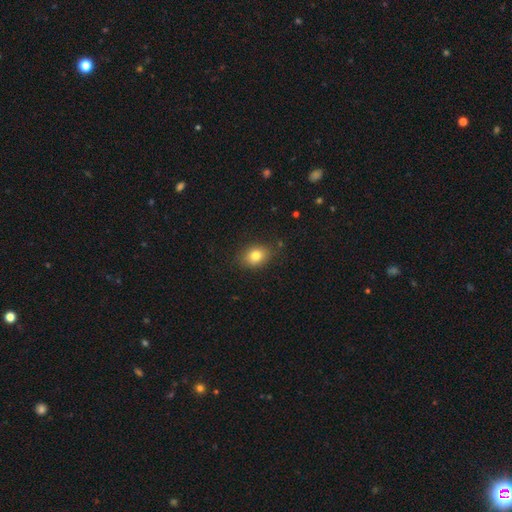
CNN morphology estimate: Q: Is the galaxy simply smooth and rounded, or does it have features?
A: smooth — 80%.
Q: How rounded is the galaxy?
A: in between — 62%.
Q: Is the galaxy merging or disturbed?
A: none — 83%.